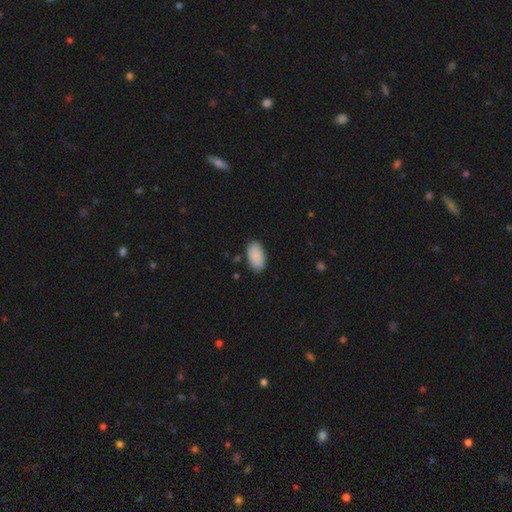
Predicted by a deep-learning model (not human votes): Q: Smooth or featured?
A: smooth (90%); runner-up: star or artifact (6%)
Q: How rounded?
A: in between (95%); runner-up: round (3%)
Q: Merging?
A: none (83%); runner-up: minor disturbance (13%)